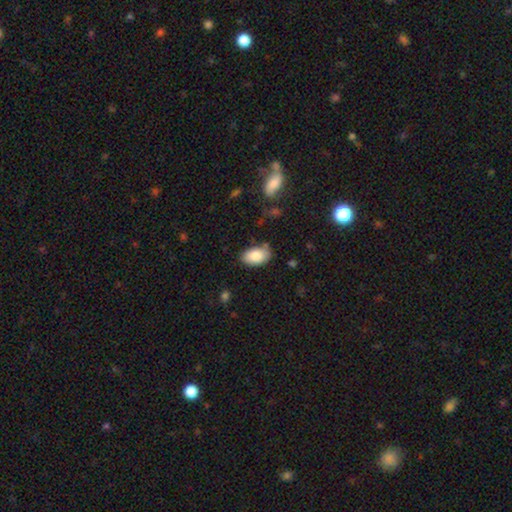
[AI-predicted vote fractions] Smooth or featured? smooth (85%)
How rounded? in between (94%)
Merging? none (77%)